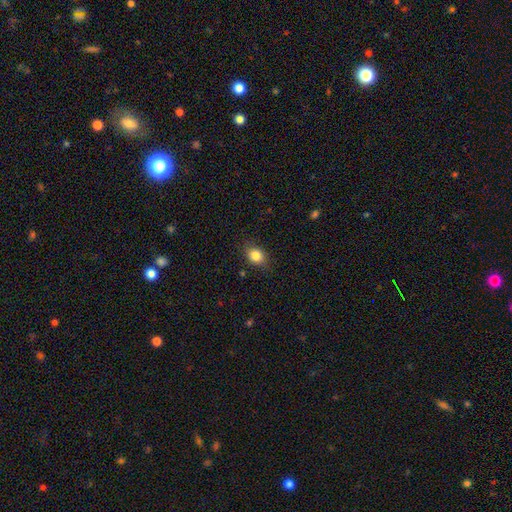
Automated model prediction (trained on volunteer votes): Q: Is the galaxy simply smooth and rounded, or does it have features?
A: smooth — 84%.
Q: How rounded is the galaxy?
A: in between — 57%.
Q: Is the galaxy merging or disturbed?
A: none — 82%.